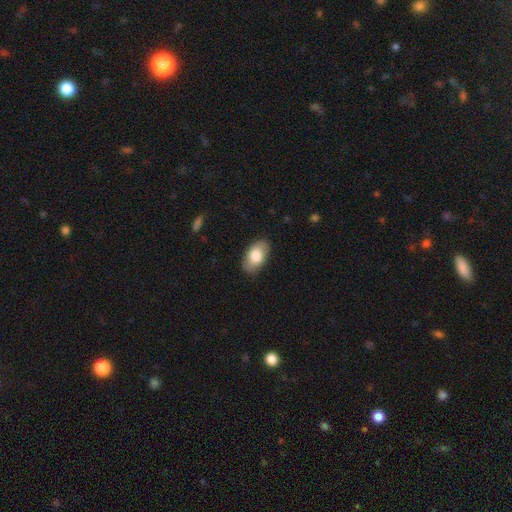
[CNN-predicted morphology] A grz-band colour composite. It shows a smooth galaxy with no disk features (79%) that is in between round and cigar-shaped (93%). Merging: none (84%).